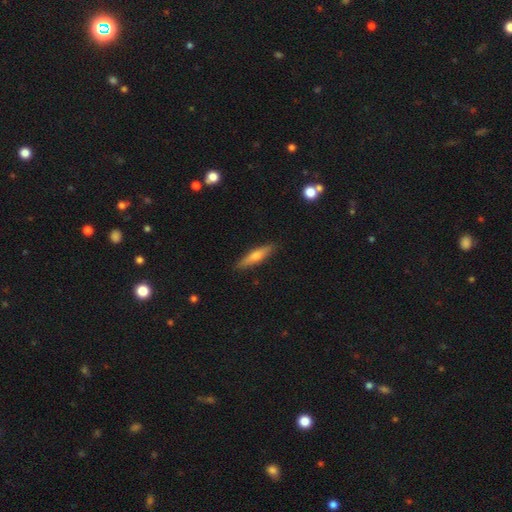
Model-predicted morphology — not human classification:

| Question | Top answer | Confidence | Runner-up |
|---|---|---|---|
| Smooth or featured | smooth | 55% | featured or disk (39%) |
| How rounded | cigar-shaped | 83% | in between (16%) |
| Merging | none | 89% | minor disturbance (8%) |